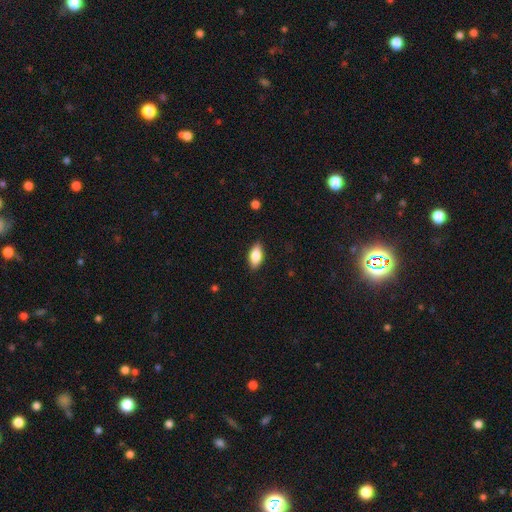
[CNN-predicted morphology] Smooth or featured: smooth — 77% (featured or disk — 16%)
How rounded: in between — 87% (cigar-shaped — 9%)
Merging: none — 85% (minor disturbance — 11%)